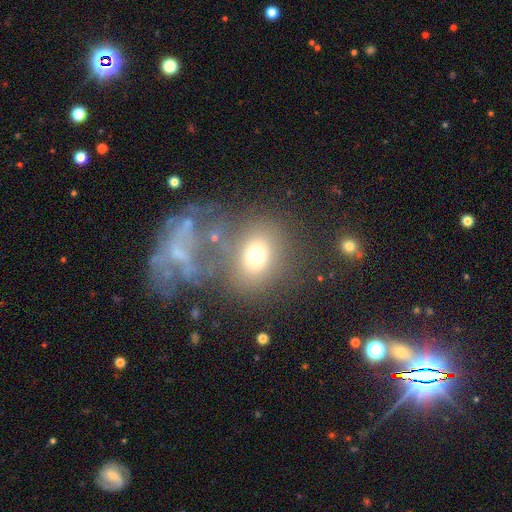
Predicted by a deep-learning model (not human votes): A smooth galaxy with no disk features (61%) that is round (54%). Merging: none (49%).